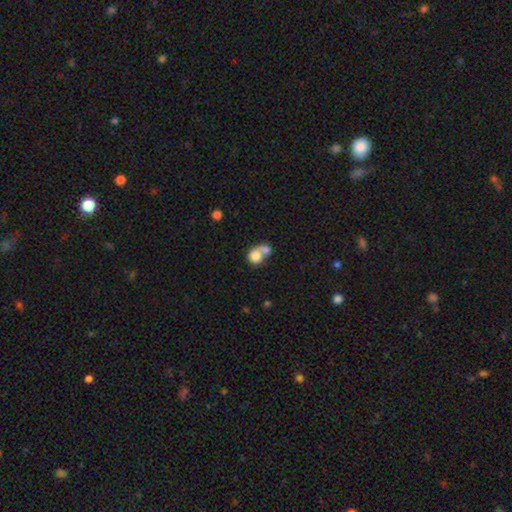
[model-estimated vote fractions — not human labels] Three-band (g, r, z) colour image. It shows a smooth galaxy with no disk features (78%) that is round (76%). Merging: merger (62%).